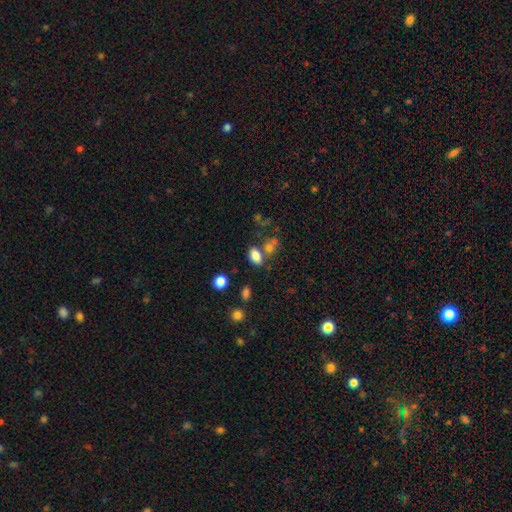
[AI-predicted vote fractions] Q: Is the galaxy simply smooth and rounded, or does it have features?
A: smooth — 83%.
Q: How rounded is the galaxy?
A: in between — 87%.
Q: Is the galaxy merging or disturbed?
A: none — 62%.